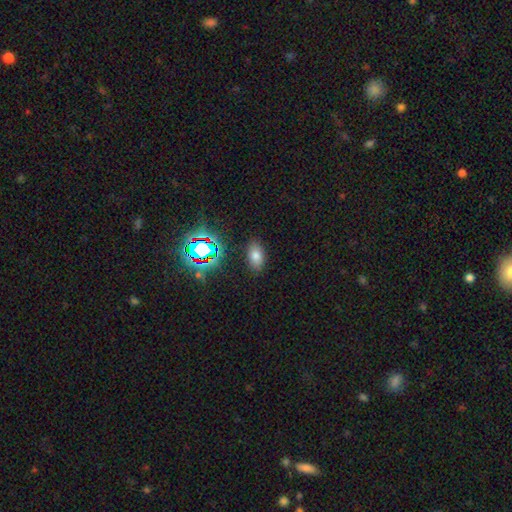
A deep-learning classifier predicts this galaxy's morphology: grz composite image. It shows a smooth galaxy with no disk features (70%) that is in between round and cigar-shaped (90%). Merging: none (85%).